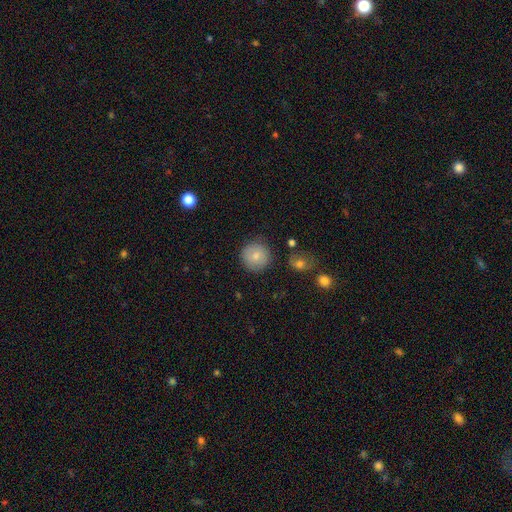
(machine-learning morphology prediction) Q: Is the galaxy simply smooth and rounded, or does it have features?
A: smooth — 81%.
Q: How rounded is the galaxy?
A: round — 94%.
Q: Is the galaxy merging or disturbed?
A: none — 85%.